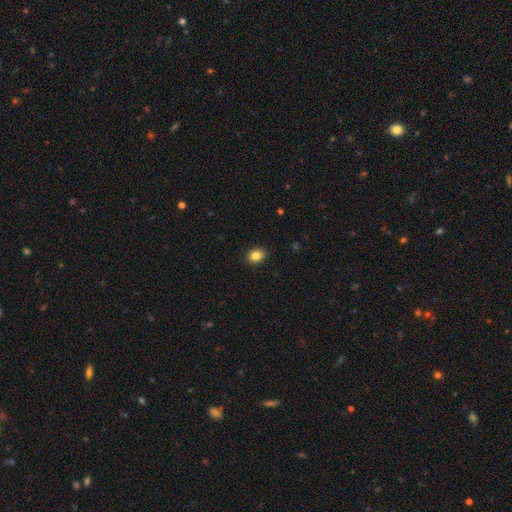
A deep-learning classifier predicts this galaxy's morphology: A smooth galaxy with no disk features (83%) that is round (55%).

Vote fractions:
- Smooth or featured? smooth: 83% / star or artifact: 11% / featured or disk: 6%
- How rounded? round: 55% / in between: 44% / cigar-shaped: 1%
- Merging? none: 90% / minor disturbance: 8% / major disturbance: 2% / merger: 1%